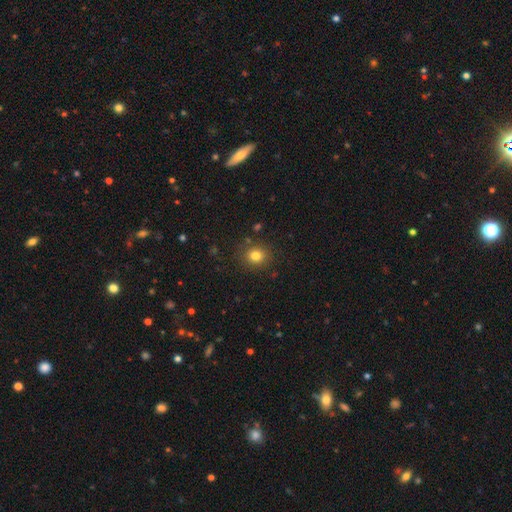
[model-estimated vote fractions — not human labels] Smooth or featured? smooth (80%)
How rounded? round (79%)
Merging? none (86%)